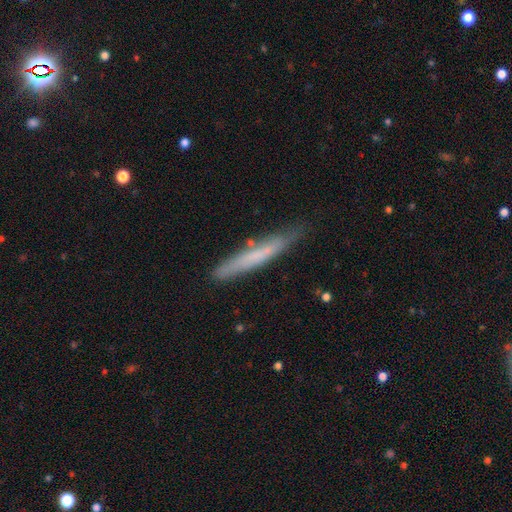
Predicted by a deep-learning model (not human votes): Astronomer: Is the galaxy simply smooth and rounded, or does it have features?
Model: smooth — 58% (runner-up: featured or disk, 35%).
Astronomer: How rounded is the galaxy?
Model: cigar-shaped — 95%.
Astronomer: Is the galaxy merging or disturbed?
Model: none — 76%.